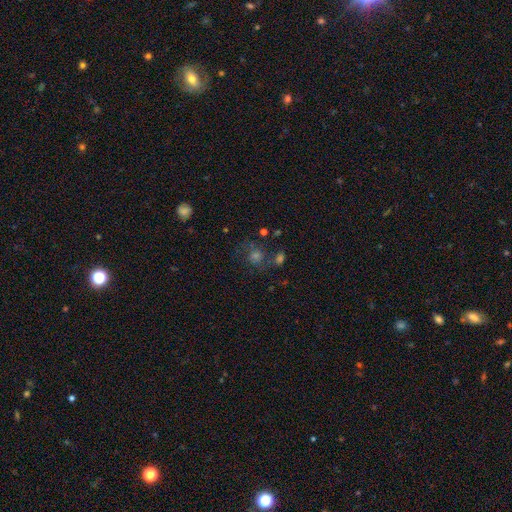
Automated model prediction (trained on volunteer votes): Smooth or featured: smooth — 37% (star or artifact — 33%)
Merging: none — 60% (minor disturbance — 15%)